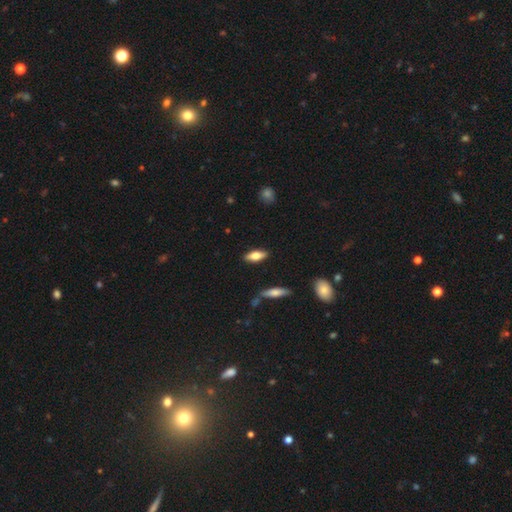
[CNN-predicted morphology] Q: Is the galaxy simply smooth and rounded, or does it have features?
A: smooth — 66%.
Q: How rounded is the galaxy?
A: in between — 69%.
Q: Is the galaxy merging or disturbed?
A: none — 86%.